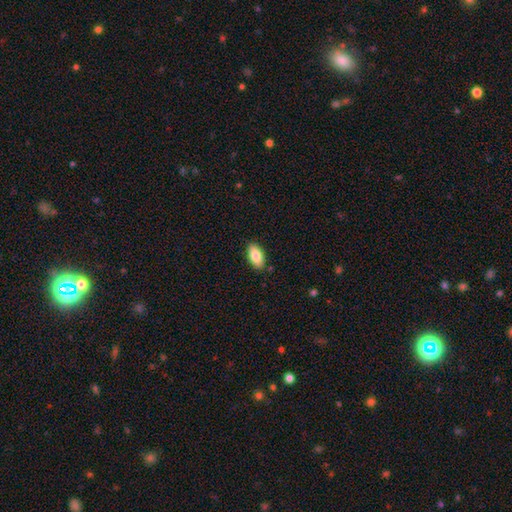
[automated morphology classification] The model was most divided on "smooth or featured": smooth: 83%, featured or disk: 11%, star or artifact: 7%. More confident: how rounded — in between (92%); merging — none (87%).